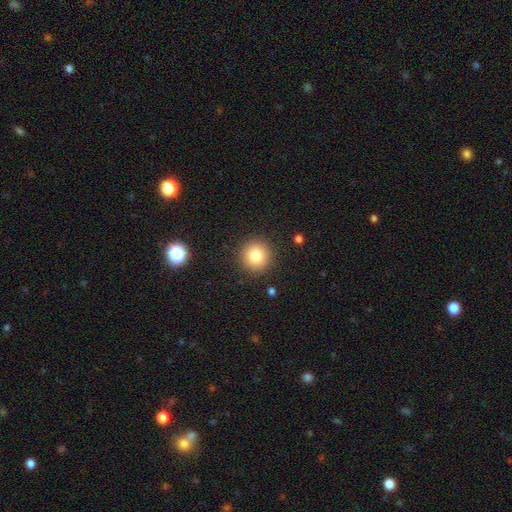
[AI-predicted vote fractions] This is clearly a smooth galaxy (81%). How rounded: clearly round (94%). Merging: clearly none (90%).